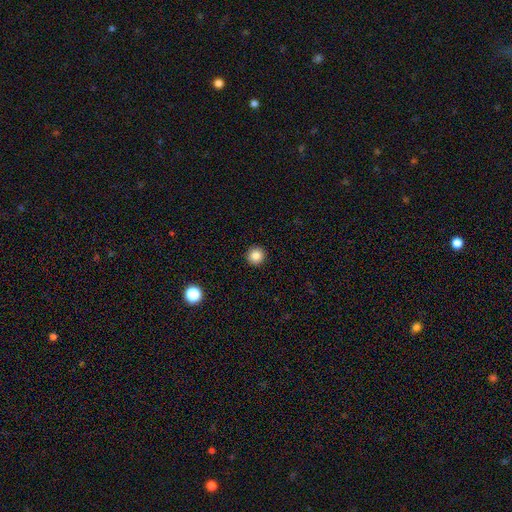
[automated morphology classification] smooth_or_featured: smooth (p=0.84) [alt: star or artifact p=0.10]
how_rounded: round (p=0.96) [alt: in between p=0.03]
merging: none (p=0.93) [alt: minor disturbance p=0.04]